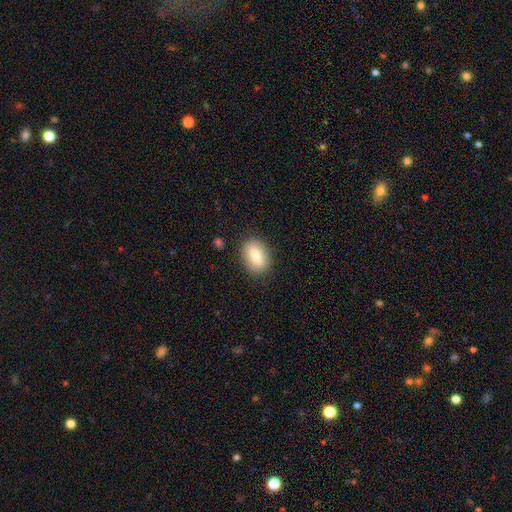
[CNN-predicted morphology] Smooth or featured? smooth (79%)
How rounded? in between (81%)
Merging? none (86%)